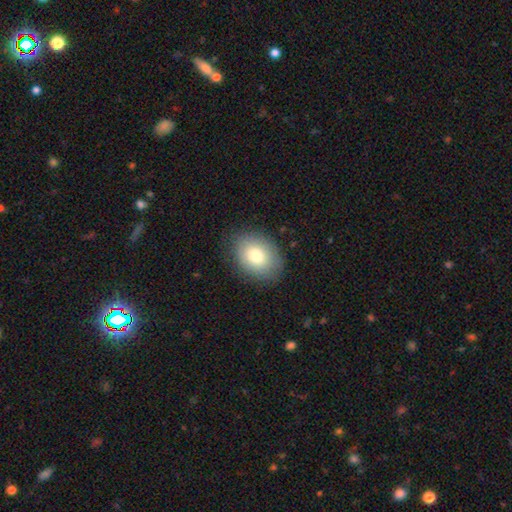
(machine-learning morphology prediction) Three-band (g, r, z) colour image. It shows a smooth galaxy with no disk features (79%) that is in between round and cigar-shaped (69%). Merging: none (84%).